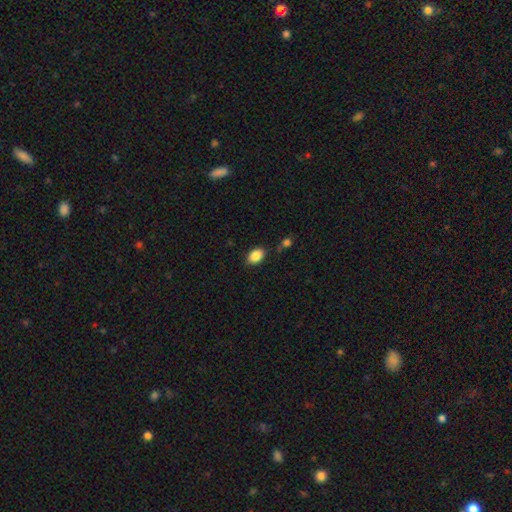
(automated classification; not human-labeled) This appears to be a smooth galaxy with no disk features (87%) that is in between round and cigar-shaped (86%). Merging: none (81%).